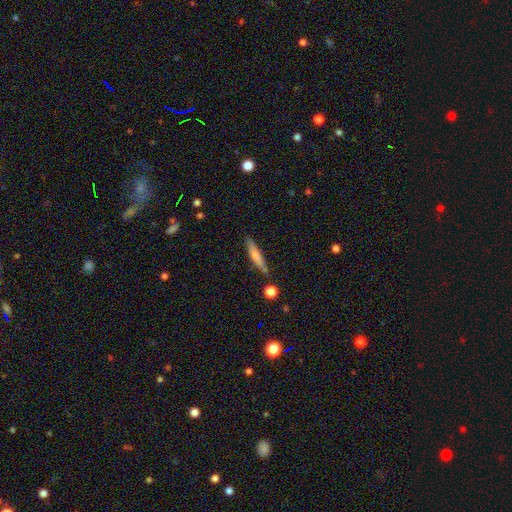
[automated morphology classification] smooth 69%, featured or disk 25%, star or artifact 6%. Down the decision tree: how rounded — cigar-shaped (90%); merging — none (76%).